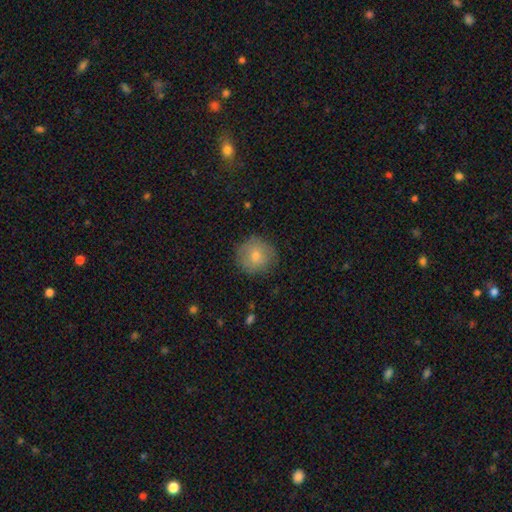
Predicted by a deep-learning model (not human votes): Q: Smooth or featured?
A: smooth (70%); runner-up: featured or disk (20%)
Q: How rounded?
A: round (93%); runner-up: in between (6%)
Q: Merging?
A: none (84%); runner-up: minor disturbance (12%)